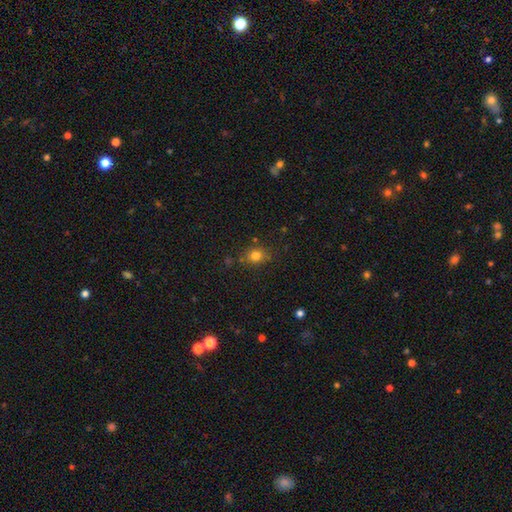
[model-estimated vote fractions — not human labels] Smooth or featured: smooth — 79% (star or artifact — 14%)
How rounded: round — 69% (in between — 30%)
Merging: none — 79% (minor disturbance — 13%)